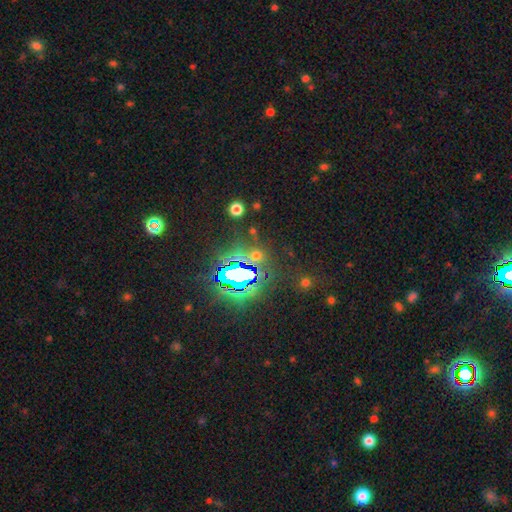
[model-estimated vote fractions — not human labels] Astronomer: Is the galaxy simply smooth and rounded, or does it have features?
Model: star or artifact — 64%.